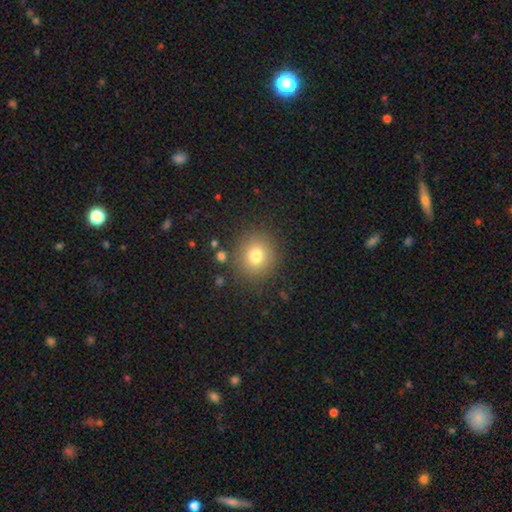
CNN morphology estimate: A smooth galaxy with no disk features (77%) that is round (86%).

Vote fractions:
- Smooth or featured? smooth: 77% / star or artifact: 13% / featured or disk: 10%
- How rounded? round: 86% / in between: 13% / cigar-shaped: 1%
- Merging? none: 86% / minor disturbance: 8% / major disturbance: 3% / merger: 2%